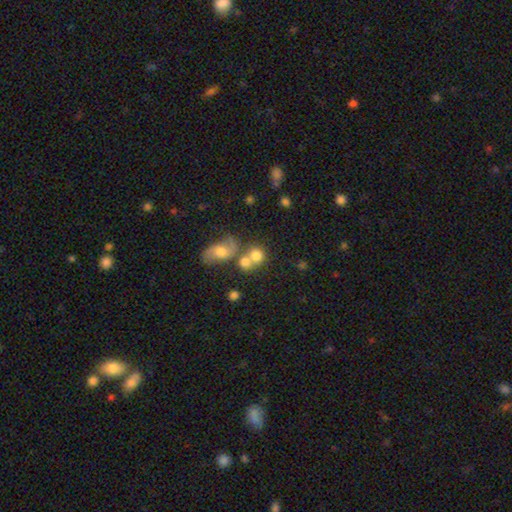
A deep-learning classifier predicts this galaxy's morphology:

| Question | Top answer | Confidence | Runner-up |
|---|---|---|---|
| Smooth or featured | smooth | 73% | featured or disk (16%) |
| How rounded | round | 67% | in between (32%) |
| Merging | merger | 44% | none (40%) |